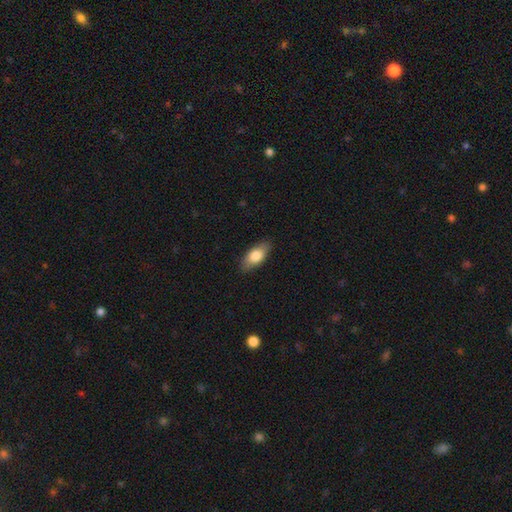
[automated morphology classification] A smooth galaxy with no disk features (78%) that is in between round and cigar-shaped (87%).

Vote fractions:
- Smooth or featured? smooth: 78% / featured or disk: 16% / star or artifact: 6%
- How rounded? in between: 87% / cigar-shaped: 10% / round: 3%
- Merging? none: 85% / minor disturbance: 11% / major disturbance: 2% / merger: 1%